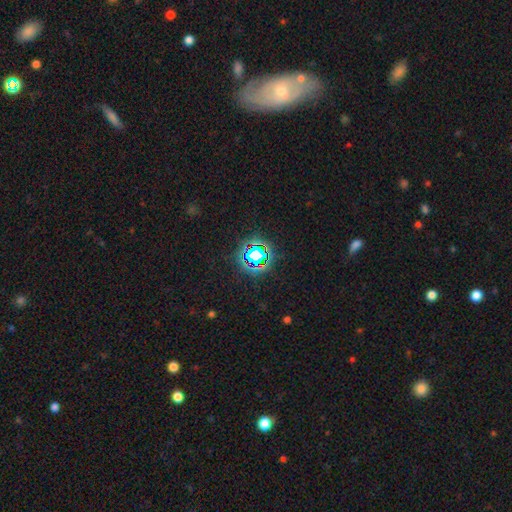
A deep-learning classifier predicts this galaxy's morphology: type=star or artifact (72%).